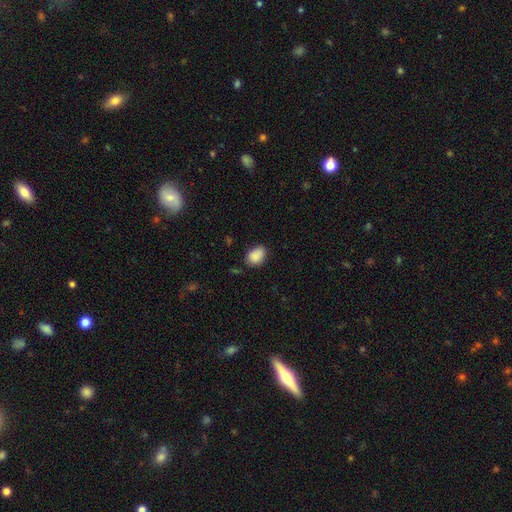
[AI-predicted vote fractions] smooth-or-featured: smooth: 88% | star or artifact: 8% | featured or disk: 4%
  how-rounded: in between: 73% | round: 26% | cigar-shaped: 1%
  merging: none: 71% | minor disturbance: 23% | major disturbance: 4% | merger: 3%